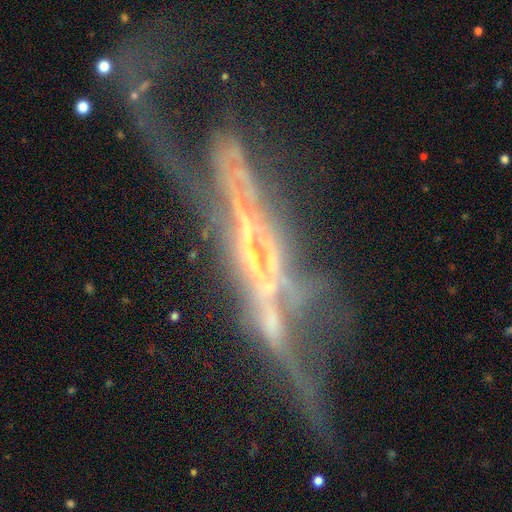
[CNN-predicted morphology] smooth_or_featured: featured or disk (p=0.80) [alt: star or artifact p=0.11]
disk_edge_on: yes (p=0.71) [alt: no p=0.29]
edge_on_bulge: none (p=0.45) [alt: rounded p=0.31]
merging: major disturbance (p=0.37) [alt: none p=0.33]